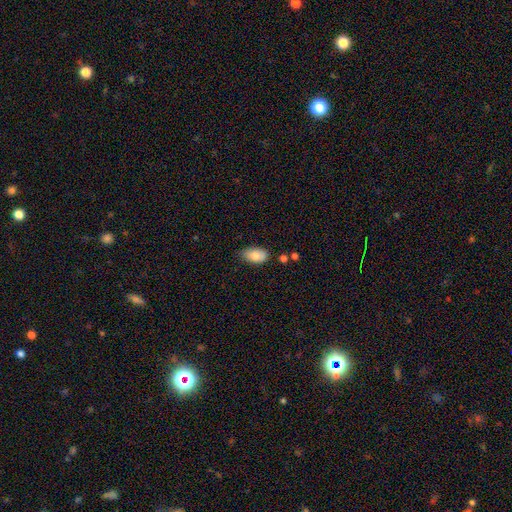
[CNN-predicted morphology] smooth_or_featured: smooth (p=0.82) [alt: featured or disk p=0.11]
how_rounded: in between (p=0.93) [alt: round p=0.05]
merging: none (p=0.64) [alt: minor disturbance p=0.29]